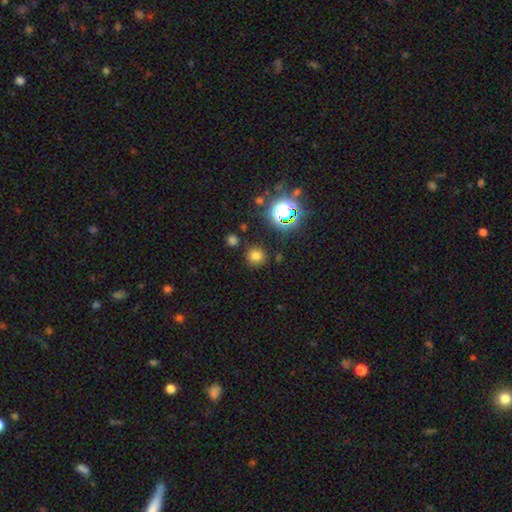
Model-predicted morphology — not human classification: This is likely a smooth galaxy (73%). How rounded: clearly round (91%). Merging: clearly none (86%).